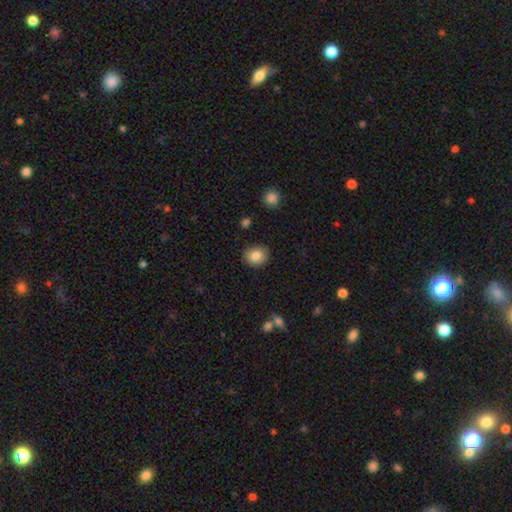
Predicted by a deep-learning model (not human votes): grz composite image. It shows a smooth galaxy with no disk features (84%) that is round (72%). Merging: none (86%).